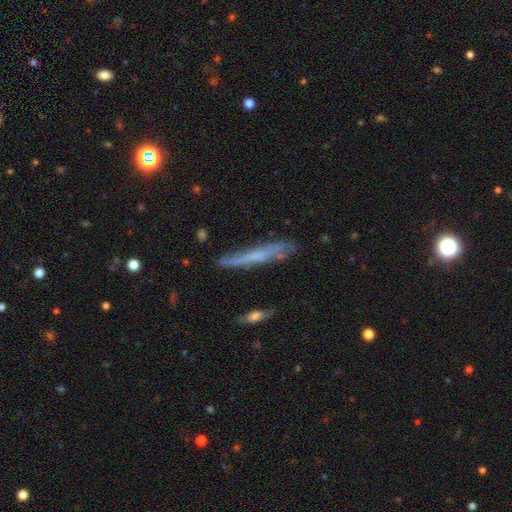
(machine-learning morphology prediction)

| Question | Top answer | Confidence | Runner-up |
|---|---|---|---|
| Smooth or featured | featured or disk | 48% | smooth (44%) |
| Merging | none | 71% | minor disturbance (21%) |